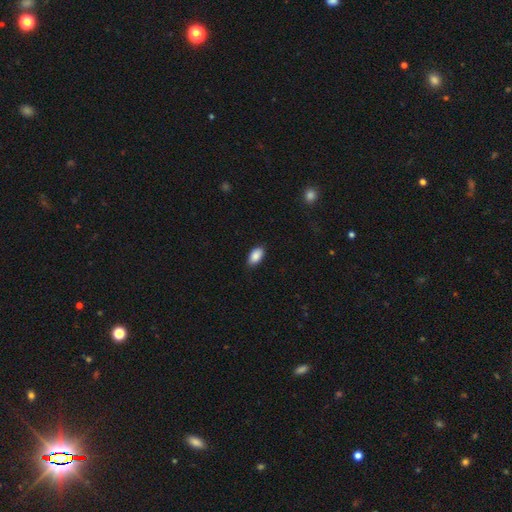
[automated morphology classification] The model was most divided on "merging": none: 86%, minor disturbance: 11%, major disturbance: 2%, merger: 1%. More confident: how rounded — in between (94%); smooth or featured — smooth (89%).